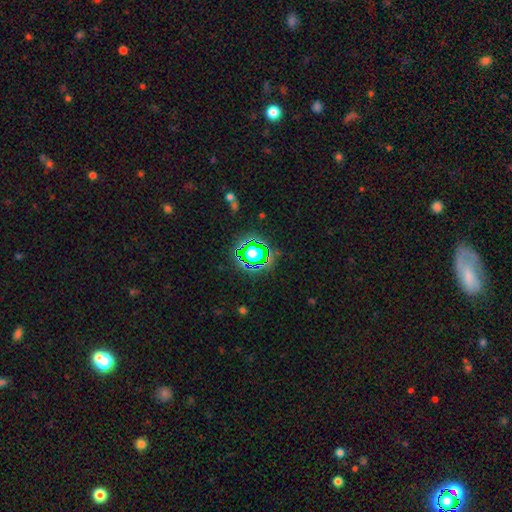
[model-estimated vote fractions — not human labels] This is likely a star or artifact rather than a galaxy (71%).